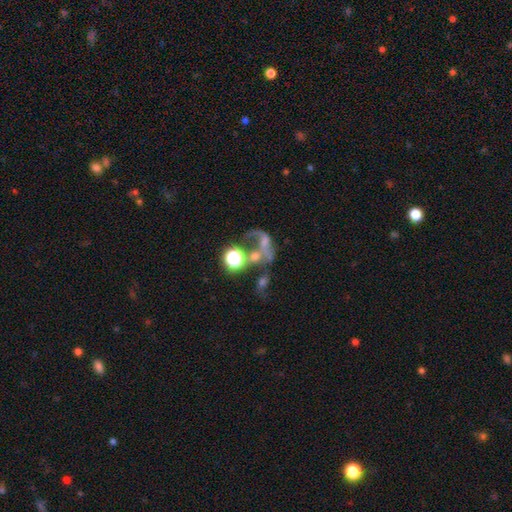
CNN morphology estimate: Q: Smooth or featured?
A: featured or disk (46%); runner-up: smooth (28%)
Q: Merging?
A: merger (36%); runner-up: major disturbance (31%)